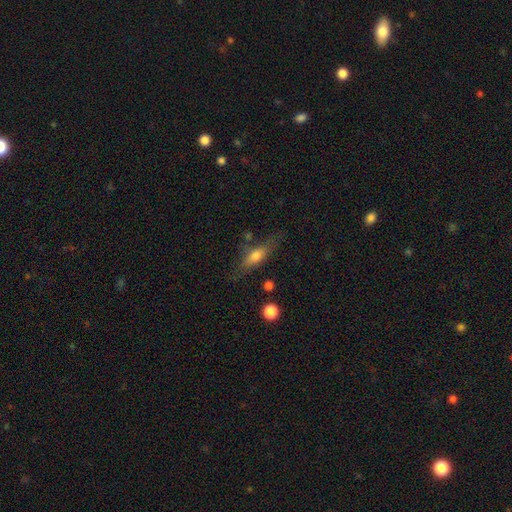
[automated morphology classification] A smooth galaxy with no disk features (59%) that is in between round and cigar-shaped (51%).

Vote fractions:
- Smooth or featured? smooth: 59% / featured or disk: 33% / star or artifact: 8%
- How rounded? in between: 51% / cigar-shaped: 45% / round: 5%
- Merging? none: 66% / minor disturbance: 21% / major disturbance: 8% / merger: 5%